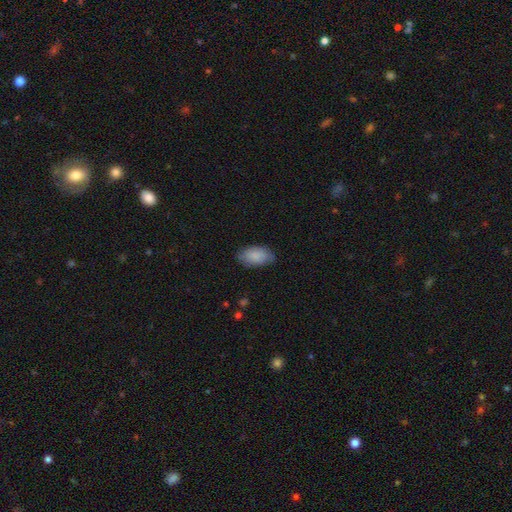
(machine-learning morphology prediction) smooth_or_featured: smooth (p=0.83) [alt: featured or disk p=0.11]
how_rounded: in between (p=0.94) [alt: round p=0.05]
merging: none (p=0.74) [alt: minor disturbance p=0.21]